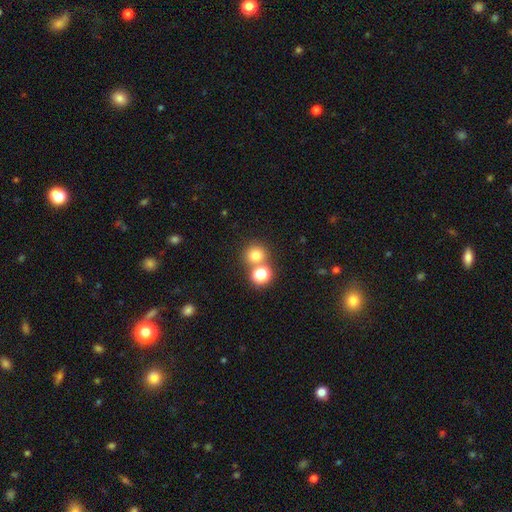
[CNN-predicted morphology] type=smooth (75%); roundness=round (88%); merging=none (62%).